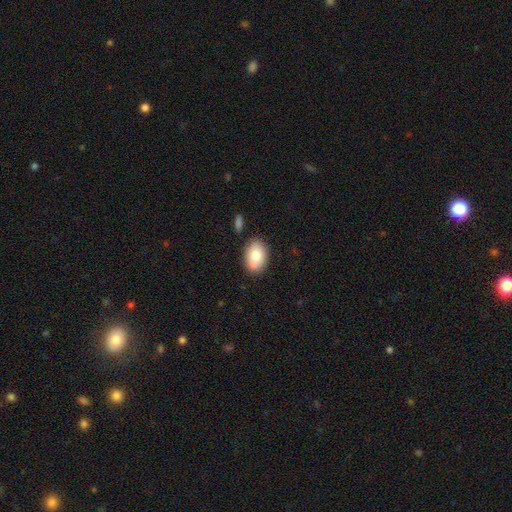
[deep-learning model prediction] smooth-or-featured: smooth: 79% | featured or disk: 14% | star or artifact: 7%
  how-rounded: in between: 86% | round: 13% | cigar-shaped: 1%
  merging: none: 73% | minor disturbance: 15% | merger: 9% | major disturbance: 3%